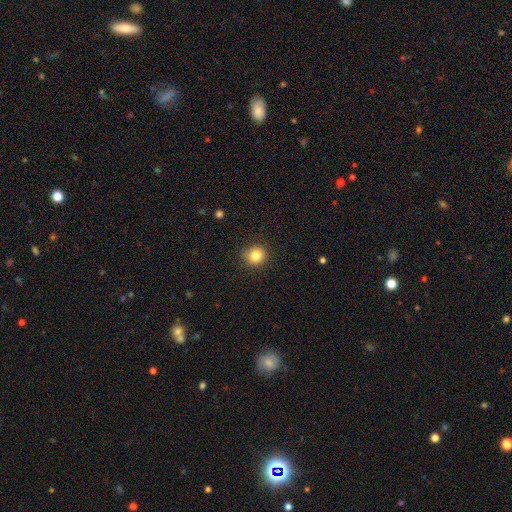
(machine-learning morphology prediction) Smooth or featured? smooth (84%)
How rounded? round (90%)
Merging? none (88%)